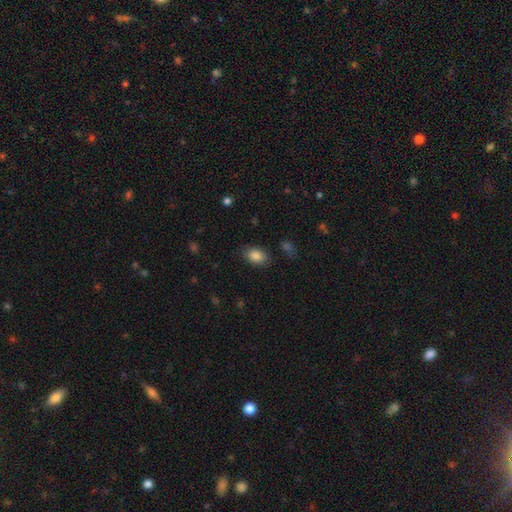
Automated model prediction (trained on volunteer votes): Morphology: type=smooth (86%); roundness=in between (88%); merging=none (82%).